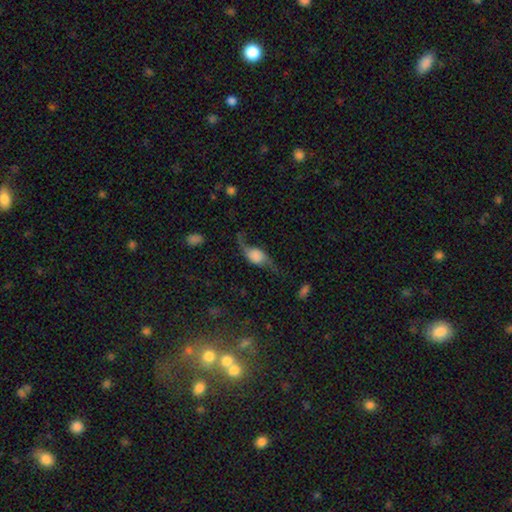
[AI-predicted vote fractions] Smooth or featured?
  - featured or disk: 66% *
  - smooth: 25%
  - star or artifact: 9%
Edge-on disk?
  - no: 75% *
  - yes: 25%
Merging?
  - none: 52% *
  - major disturbance: 22%
  - minor disturbance: 22%
  - merger: 4%